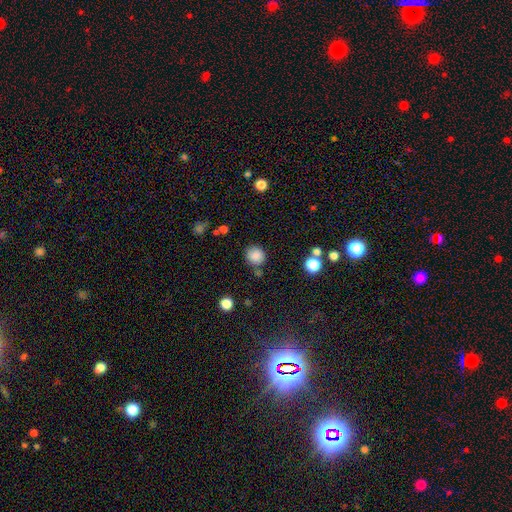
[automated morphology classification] smooth 85%, star or artifact 10%, featured or disk 5%. Down the decision tree: how rounded — round (86%); merging — none (77%).